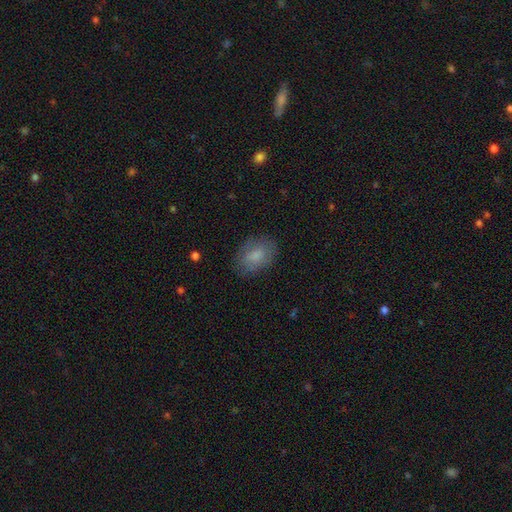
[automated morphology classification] Smooth or featured? Predicted: smooth (p=0.80). How rounded? Predicted: in between (p=0.84). Merging? Predicted: none (p=0.80).